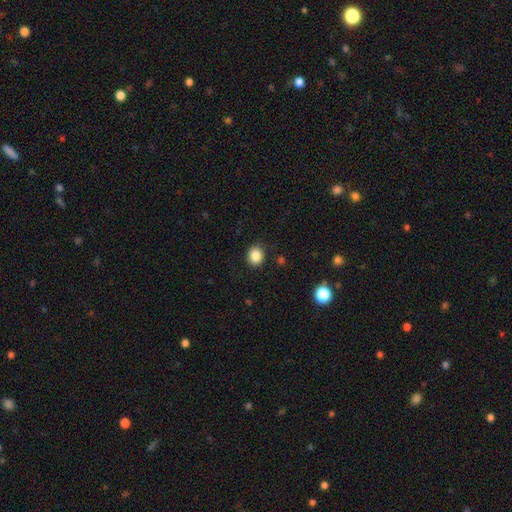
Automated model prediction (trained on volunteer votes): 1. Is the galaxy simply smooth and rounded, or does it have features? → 85% smooth, 10% star or artifact, 4% featured or disk.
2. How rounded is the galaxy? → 68% round, 31% in between, 1% cigar-shaped.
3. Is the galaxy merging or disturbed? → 85% none, 10% minor disturbance, 3% major disturbance, 1% merger.